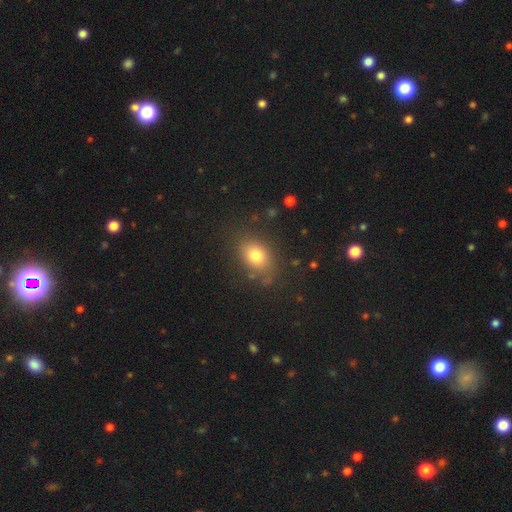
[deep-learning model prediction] This is likely a smooth galaxy (77%). How rounded: likely in between (70%). Merging: likely none (78%).